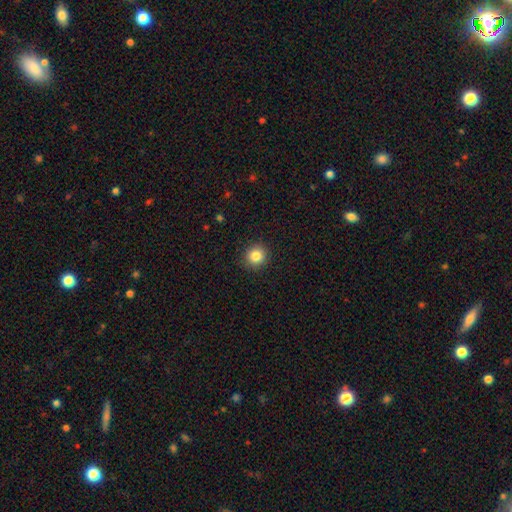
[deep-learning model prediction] This appears to be a smooth galaxy with no disk features (84%) that is round (92%). Merging: none (91%).